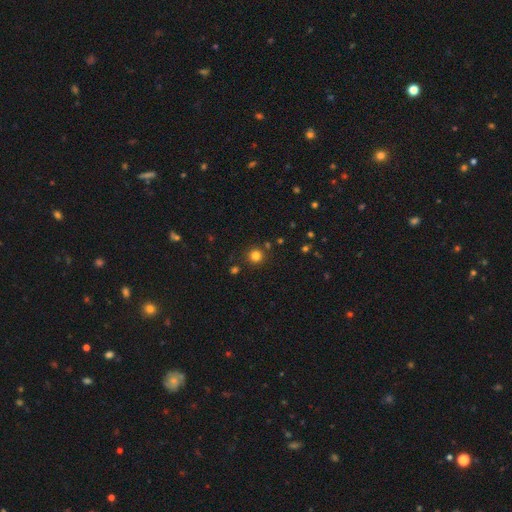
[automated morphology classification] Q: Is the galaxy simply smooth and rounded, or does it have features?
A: smooth — 80%.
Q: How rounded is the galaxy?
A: round — 95%.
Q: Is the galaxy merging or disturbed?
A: none — 87%.